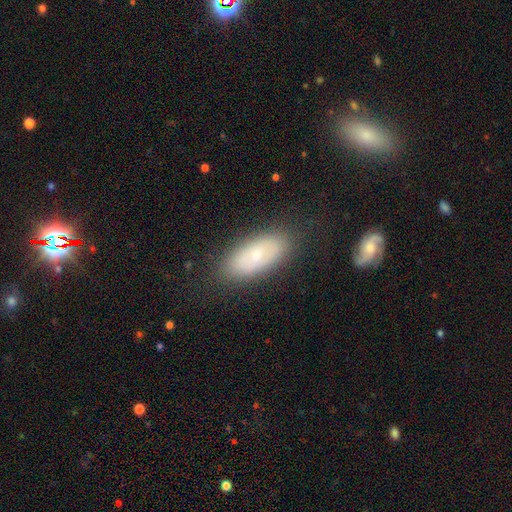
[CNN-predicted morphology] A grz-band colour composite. It shows a smooth galaxy with no disk features (55%) that is in between round and cigar-shaped (84%). Merging: none (82%).